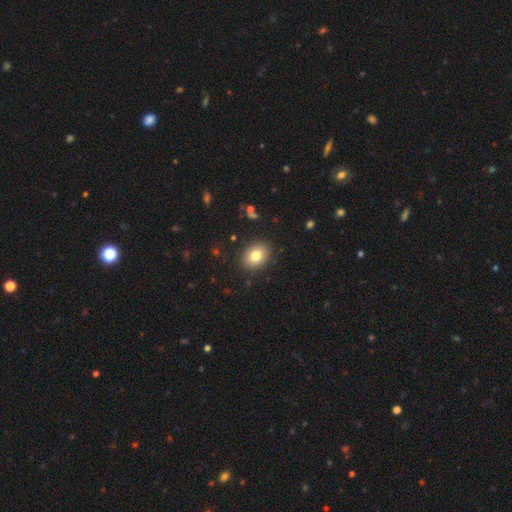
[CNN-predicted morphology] This appears to be a smooth galaxy with no disk features (81%) that is in between round and cigar-shaped (56%). Merging: none (89%).